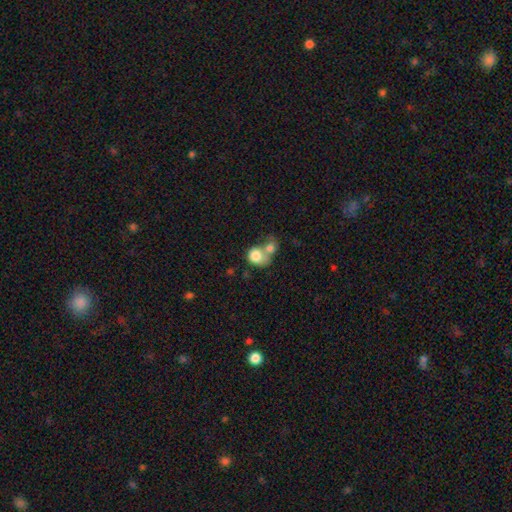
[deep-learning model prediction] Smooth or featured? smooth (78%)
How rounded? round (65%)
Merging? merger (67%)